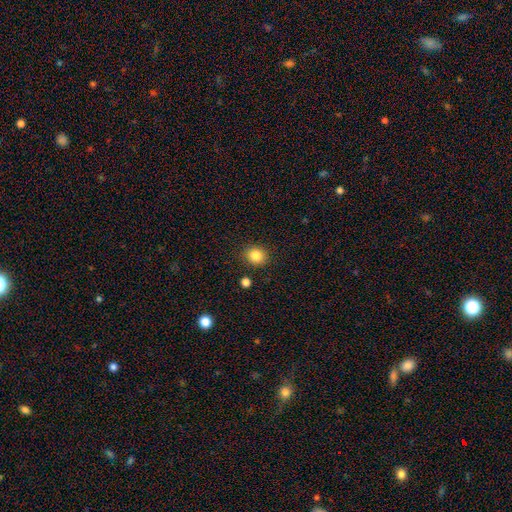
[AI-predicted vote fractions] The model was most divided on "how rounded": round: 76%, in between: 23%, cigar-shaped: 1%. More confident: merging — none (88%); smooth or featured — smooth (84%).